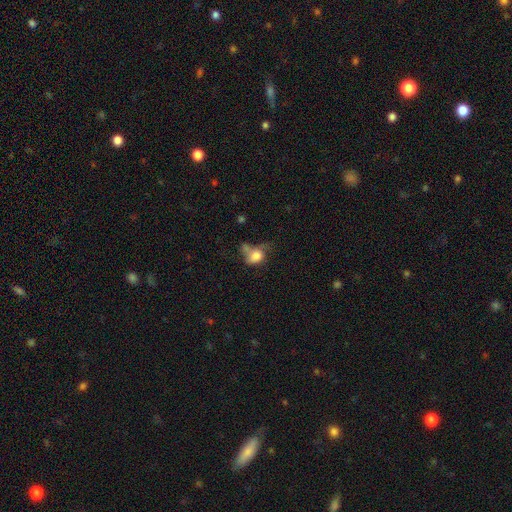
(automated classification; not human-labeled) Smooth or featured?
  - smooth: 74% *
  - featured or disk: 16%
  - star or artifact: 10%
How rounded?
  - in between: 57% *
  - round: 41%
  - cigar-shaped: 2%
Merging?
  - major disturbance: 29% *
  - minor disturbance: 24%
  - none: 24%
  - merger: 22%